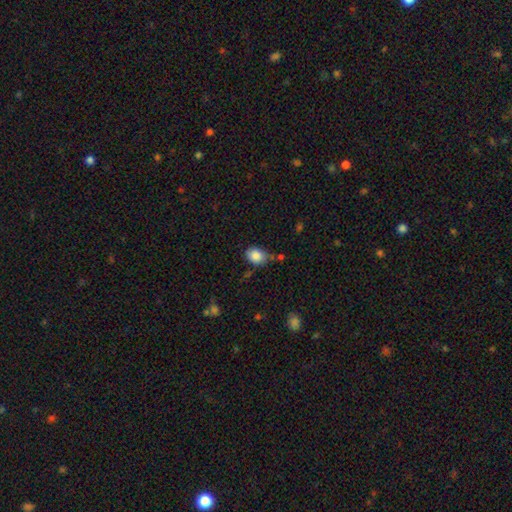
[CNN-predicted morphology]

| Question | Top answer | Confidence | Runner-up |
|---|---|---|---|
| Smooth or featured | smooth | 86% | star or artifact (8%) |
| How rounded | in between | 71% | round (28%) |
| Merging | none | 66% | minor disturbance (22%) |